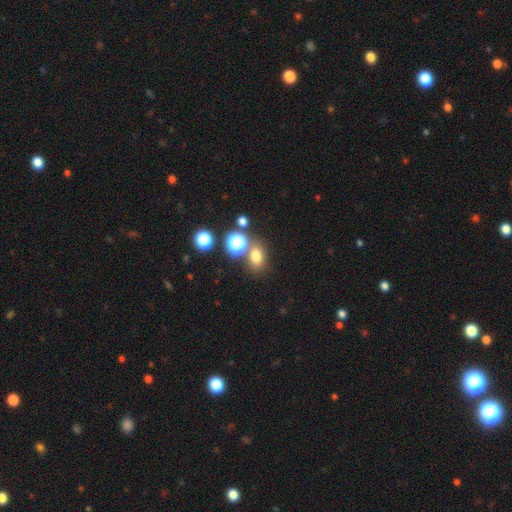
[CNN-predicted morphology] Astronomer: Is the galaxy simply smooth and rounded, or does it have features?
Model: smooth — 72%.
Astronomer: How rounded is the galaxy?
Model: in between — 58% (runner-up: round, 40%).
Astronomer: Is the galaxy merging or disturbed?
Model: none — 66%.